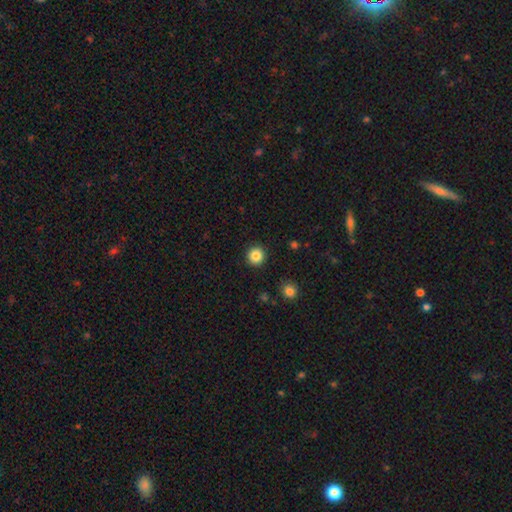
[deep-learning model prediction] smooth-or-featured: smooth: 85% | star or artifact: 10% | featured or disk: 5%
  how-rounded: round: 95% | in between: 4% | cigar-shaped: 1%
  merging: none: 92% | minor disturbance: 5% | major disturbance: 2% | merger: 1%